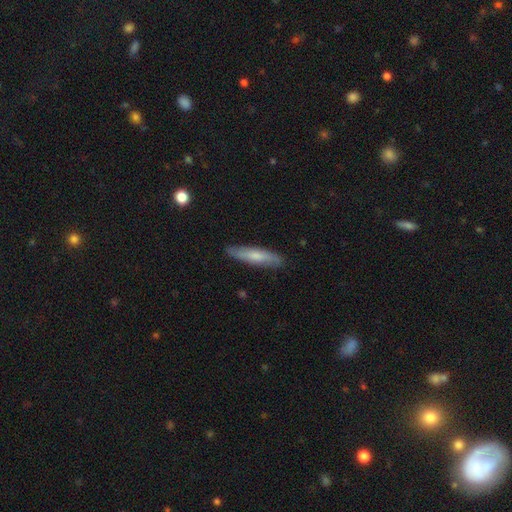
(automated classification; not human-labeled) A smooth galaxy with no disk features (65%) that is cigar-shaped (83%).

Vote fractions:
- Smooth or featured? smooth: 65% / featured or disk: 29% / star or artifact: 6%
- How rounded? cigar-shaped: 83% / in between: 15% / round: 1%
- Merging? none: 85% / minor disturbance: 11% / major disturbance: 2% / merger: 1%